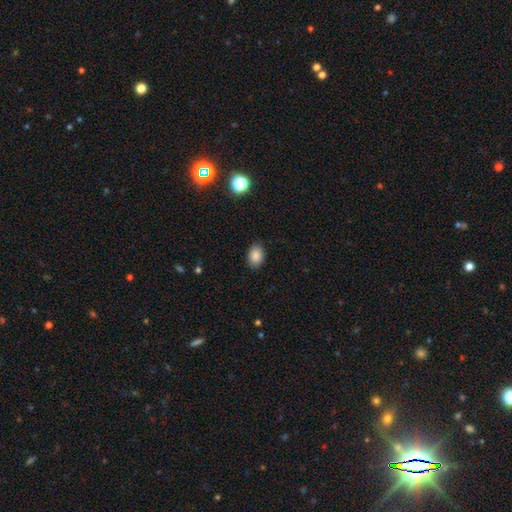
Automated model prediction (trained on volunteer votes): Smooth or featured? smooth (87%)
How rounded? in between (77%)
Merging? none (86%)